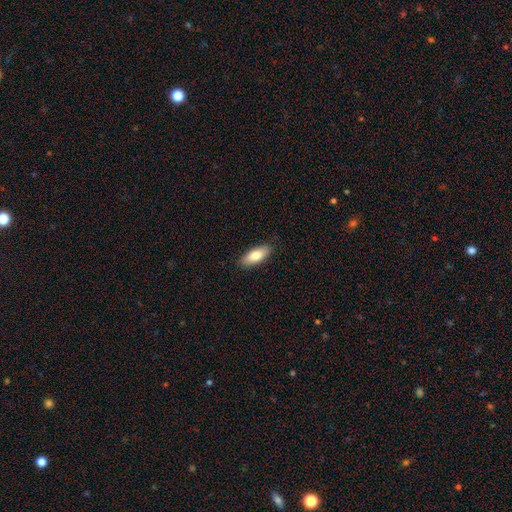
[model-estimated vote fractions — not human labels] This appears to be a smooth galaxy with no disk features (79%) that is in between round and cigar-shaped (77%). Merging: none (88%).